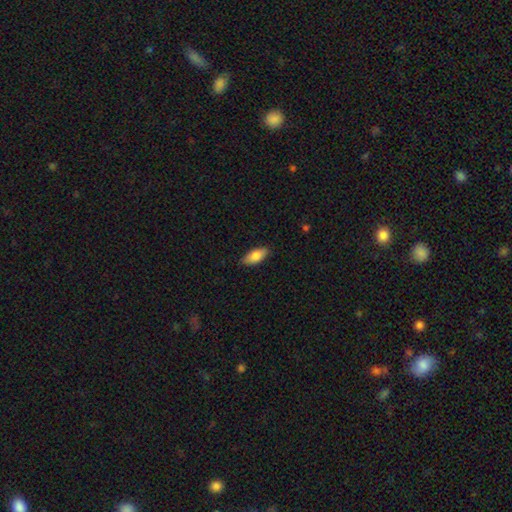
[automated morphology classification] smooth 81%, featured or disk 13%, star or artifact 6%. Down the decision tree: how rounded — in between (85%); merging — none (87%).